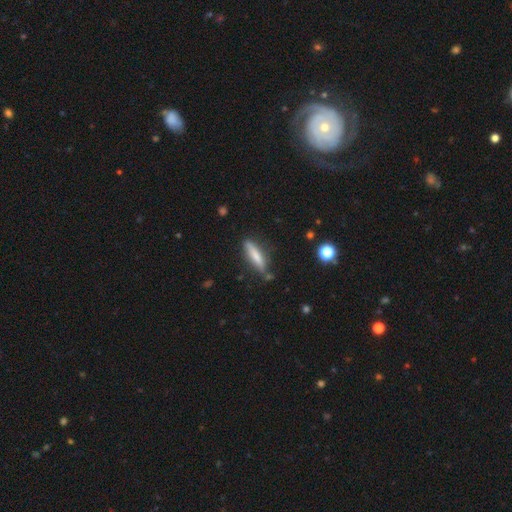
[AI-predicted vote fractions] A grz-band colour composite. It shows a smooth galaxy with no disk features (65%) that is cigar-shaped (81%). Merging: none (78%).